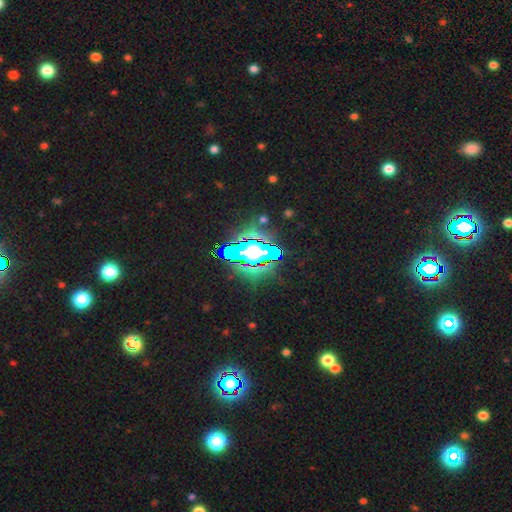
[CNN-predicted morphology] type=star or artifact (61%).